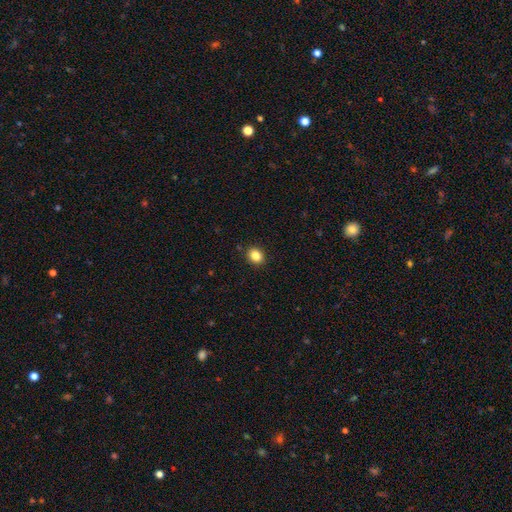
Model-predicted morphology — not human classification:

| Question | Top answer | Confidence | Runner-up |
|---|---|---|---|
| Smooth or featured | smooth | 85% | star or artifact (10%) |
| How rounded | round | 62% | in between (37%) |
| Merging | none | 90% | minor disturbance (7%) |